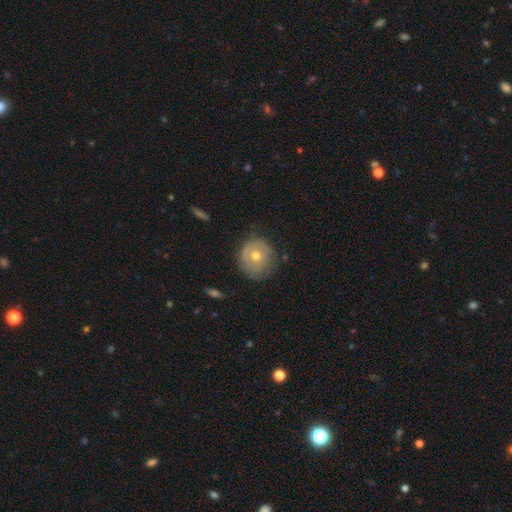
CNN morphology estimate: The model was most divided on "smooth or featured": smooth: 53%, featured or disk: 38%, star or artifact: 9%. More confident: how rounded — round (89%); merging — none (75%).